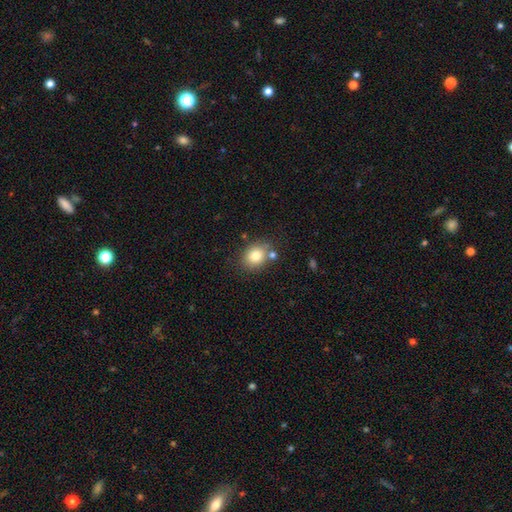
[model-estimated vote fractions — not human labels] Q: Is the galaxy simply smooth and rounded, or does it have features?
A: smooth — 81%.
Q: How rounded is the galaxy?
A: round — 54%.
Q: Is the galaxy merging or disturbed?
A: none — 73%.